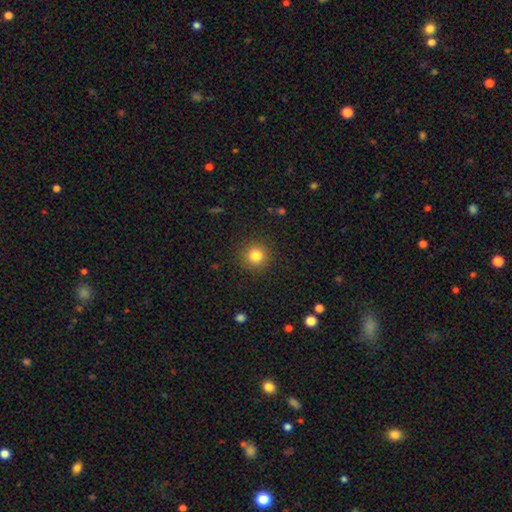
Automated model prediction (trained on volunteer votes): This is clearly a smooth galaxy (82%). How rounded: clearly round (95%). Merging: clearly none (91%).